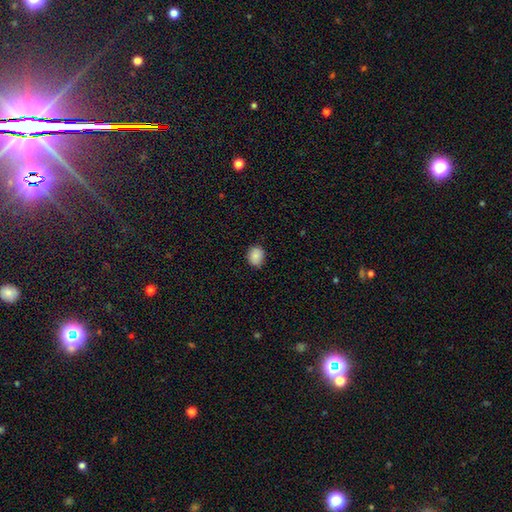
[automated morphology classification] Smooth or featured? Predicted: smooth (p=0.87). How rounded? Predicted: round (p=0.61). Merging? Predicted: none (p=0.84).